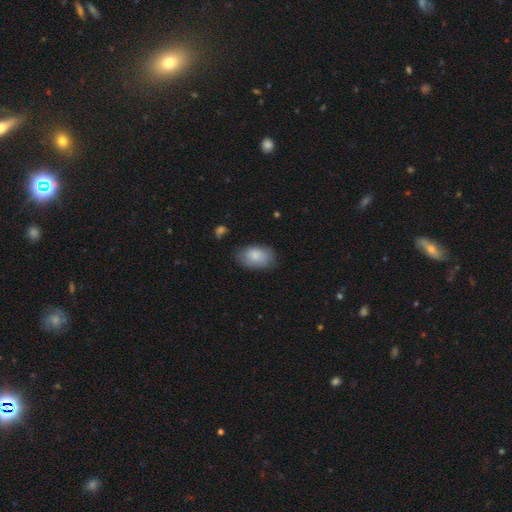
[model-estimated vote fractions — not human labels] A smooth galaxy with no disk features (78%) that is in between round and cigar-shaped (88%).

Vote fractions:
- Smooth or featured? smooth: 78% / featured or disk: 15% / star or artifact: 6%
- How rounded? in between: 88% / round: 10% / cigar-shaped: 1%
- Merging? none: 73% / minor disturbance: 21% / major disturbance: 5% / merger: 2%